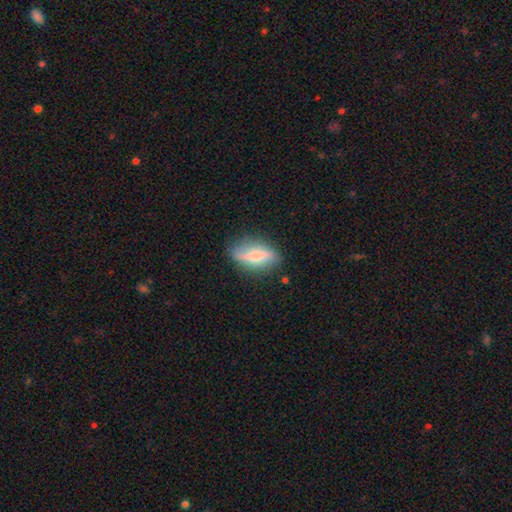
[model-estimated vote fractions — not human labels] Q: Smooth or featured?
A: smooth (47%); runner-up: featured or disk (46%)
Q: Merging?
A: none (74%); runner-up: minor disturbance (18%)